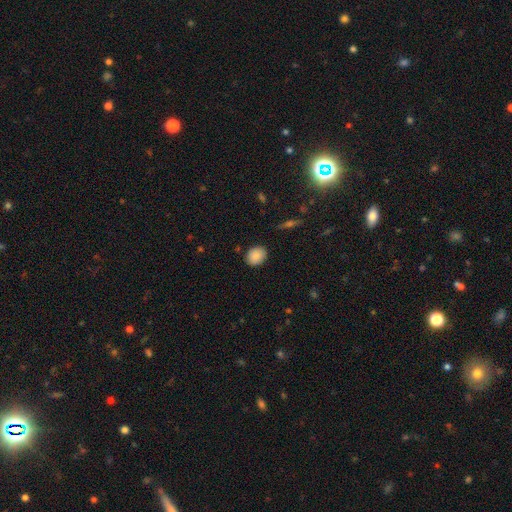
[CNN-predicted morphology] Smooth or featured? smooth (87%)
How rounded? round (58%)
Merging? none (87%)